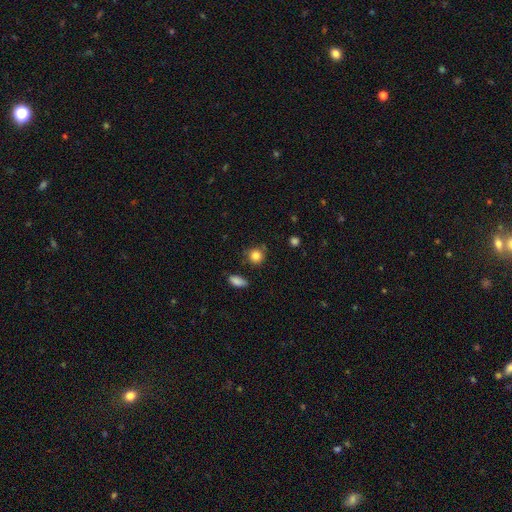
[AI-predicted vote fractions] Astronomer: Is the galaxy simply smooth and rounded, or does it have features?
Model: smooth — 84%.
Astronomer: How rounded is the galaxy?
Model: round — 85%.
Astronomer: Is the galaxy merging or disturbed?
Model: none — 76%.